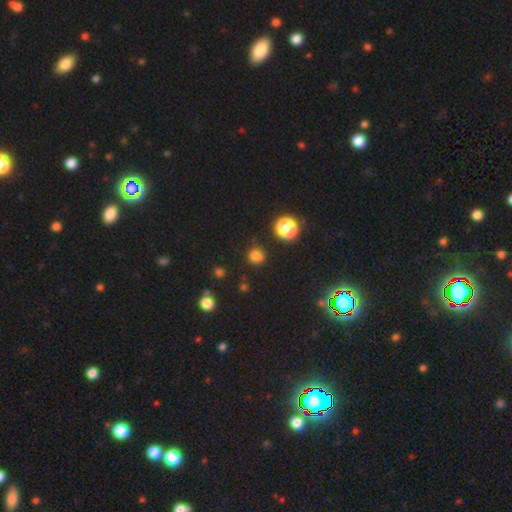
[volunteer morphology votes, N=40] smooth_or_featured: smooth (p=0.85) [alt: star or artifact p=0.10]
how_rounded: round (p=0.94) [alt: in between p=0.03]
merging: none (p=0.89) [alt: merger p=0.08]